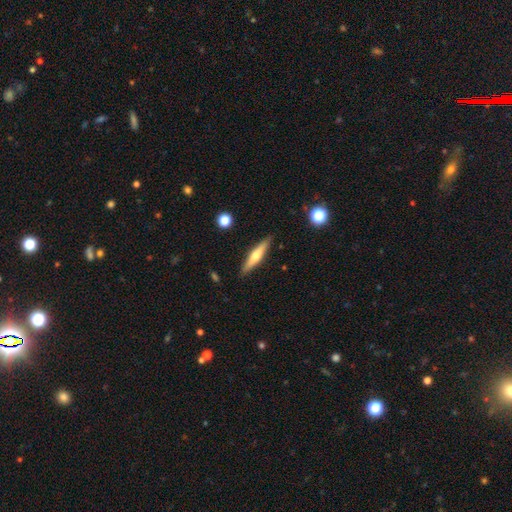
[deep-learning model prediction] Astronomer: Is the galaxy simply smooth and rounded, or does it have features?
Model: featured or disk — 51% (runner-up: smooth, 43%).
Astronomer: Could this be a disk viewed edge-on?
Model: yes — 93%.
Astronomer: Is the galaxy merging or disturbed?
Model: none — 89%.